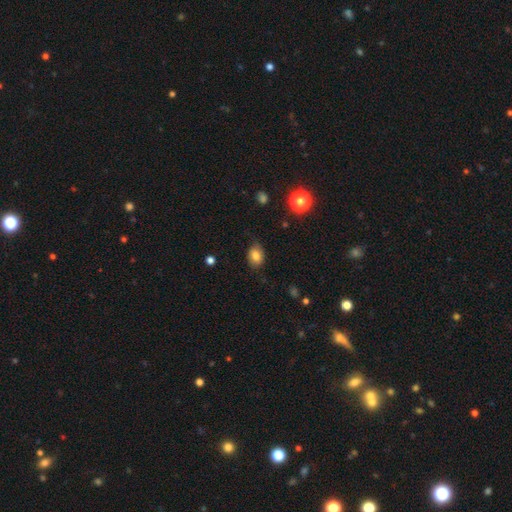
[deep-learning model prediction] Morphology: type=smooth (80%); roundness=in between (68%); merging=none (74%).